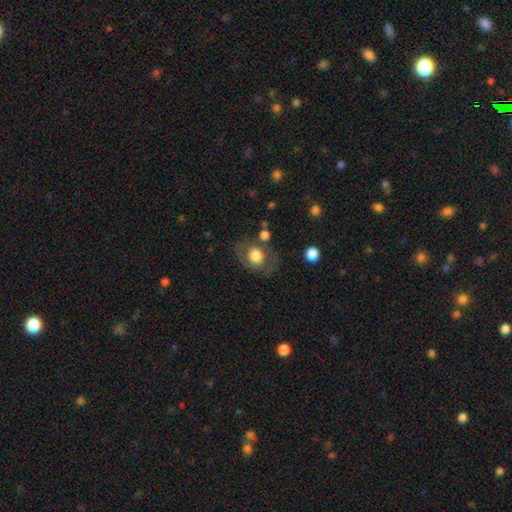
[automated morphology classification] smooth-or-featured: smooth: 67% | featured or disk: 25% | star or artifact: 8%
  how-rounded: round: 54% | in between: 45% | cigar-shaped: 1%
  merging: none: 67% | minor disturbance: 17% | major disturbance: 10% | merger: 6%